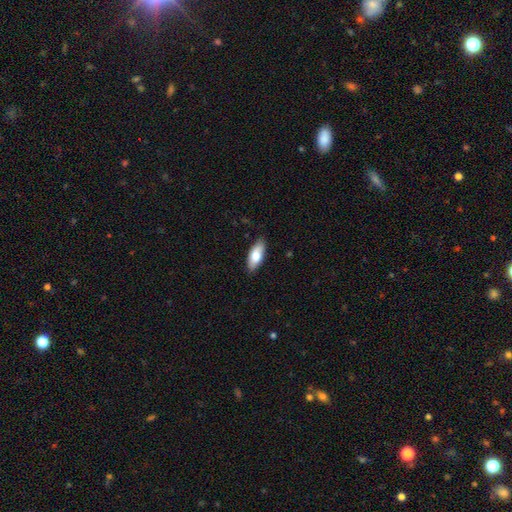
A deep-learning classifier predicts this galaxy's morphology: The model was most divided on "smooth or featured": smooth: 78%, featured or disk: 16%, star or artifact: 6%. More confident: merging — none (87%); how rounded — in between (81%).